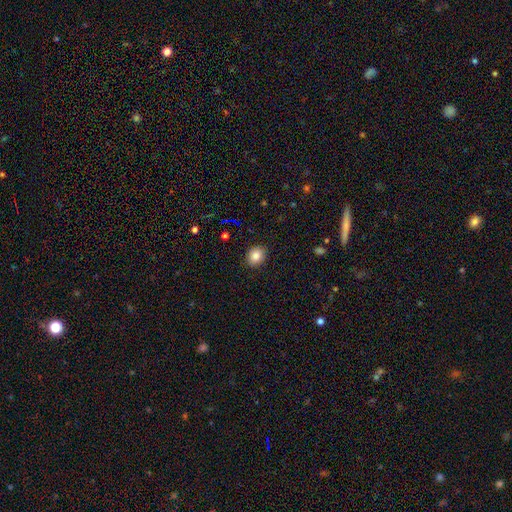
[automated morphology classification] The model was most divided on "how rounded": round: 58%, in between: 41%, cigar-shaped: 1%. More confident: merging — none (89%); smooth or featured — smooth (85%).